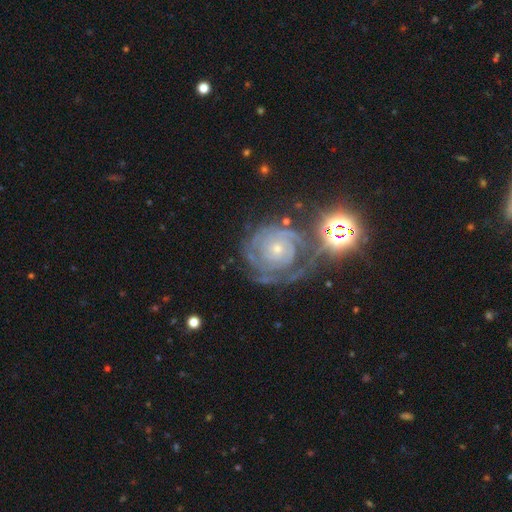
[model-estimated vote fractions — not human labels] Smooth or featured: featured or disk — 67% (star or artifact — 20%)
Edge-on disk: no — 96% (yes — 4%)
Bar: no — 81% (weak — 13%)
Spiral arms: yes — 87% (no — 13%)
Spiral winding: tight — 81% (medium — 15%)
Spiral arm count: can't tell — 43% (2 — 18%)
Bulge size: small — 75% (moderate — 19%)
Merging: none — 62% (minor disturbance — 16%)